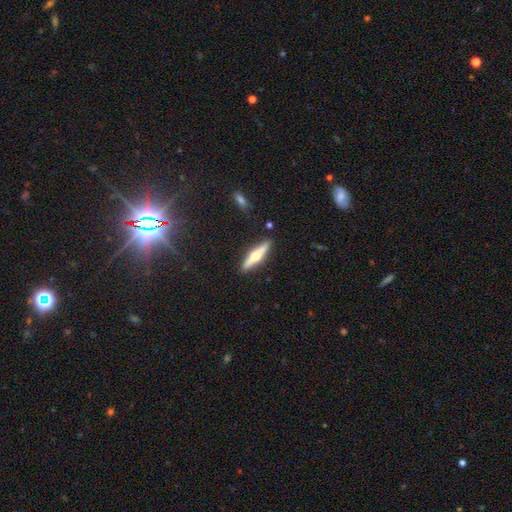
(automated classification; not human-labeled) featured or disk 61%, smooth 33%, star or artifact 6%. Down the decision tree: edge-on disk — yes (95%); edge-on bulge — rounded (94%); merging — none (88%).